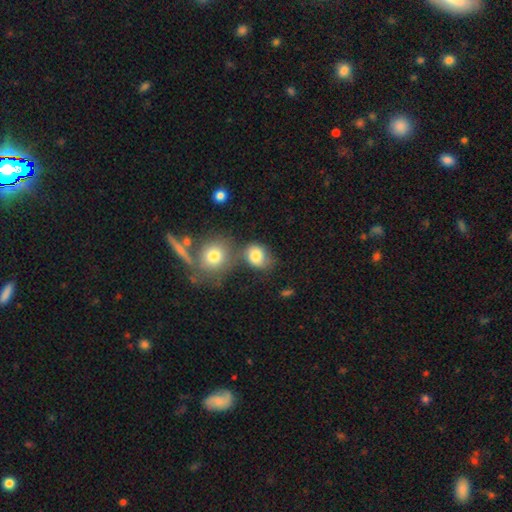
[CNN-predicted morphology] Smooth or featured? Predicted: smooth (p=0.79). How rounded? Predicted: round (p=0.53). Merging? Predicted: none (p=0.46).